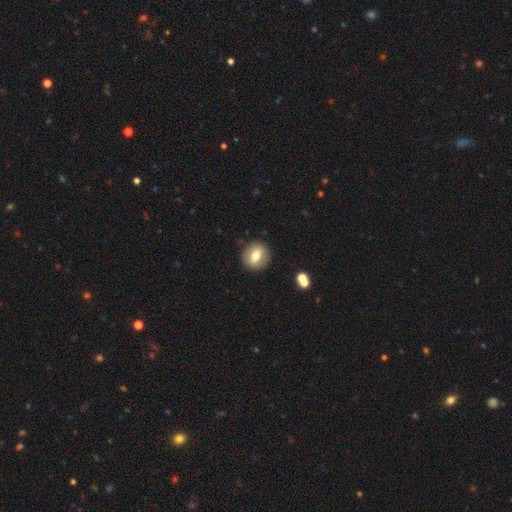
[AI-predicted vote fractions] The model was most divided on "smooth or featured": smooth: 65%, featured or disk: 26%, star or artifact: 9%. More confident: merging — none (88%); how rounded — round (82%).